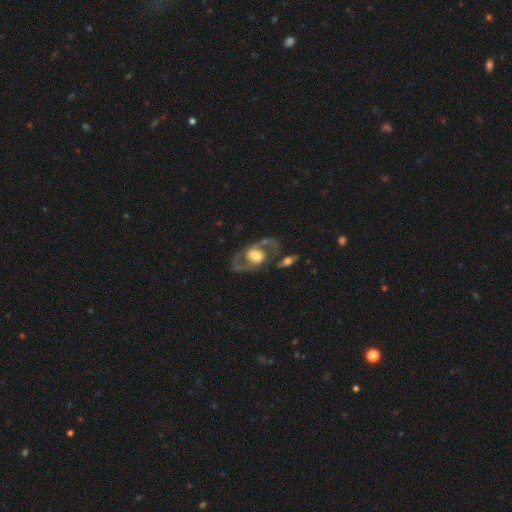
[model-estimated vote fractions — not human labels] Morphology: type=featured or disk (75%); edge-on=no (94%); bar=no (62%); spiral arms=yes (71%); bulge=moderate (47%); merging=none (61%).